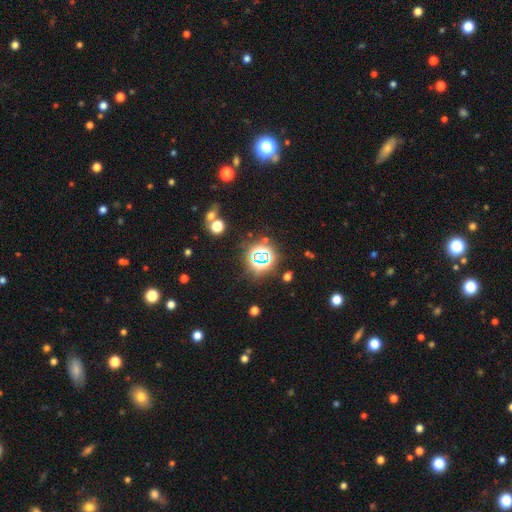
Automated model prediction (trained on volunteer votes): Smooth or featured: star or artifact — 71% (smooth — 19%)